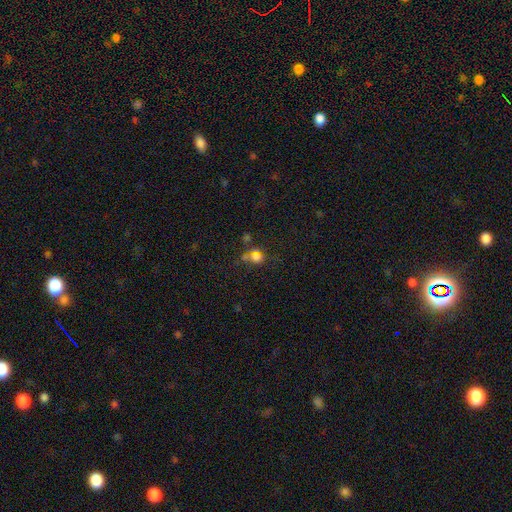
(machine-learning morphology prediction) Smooth or featured? Predicted: smooth (p=0.55). How rounded? Predicted: round (p=0.64). Merging? Predicted: none (p=0.51).